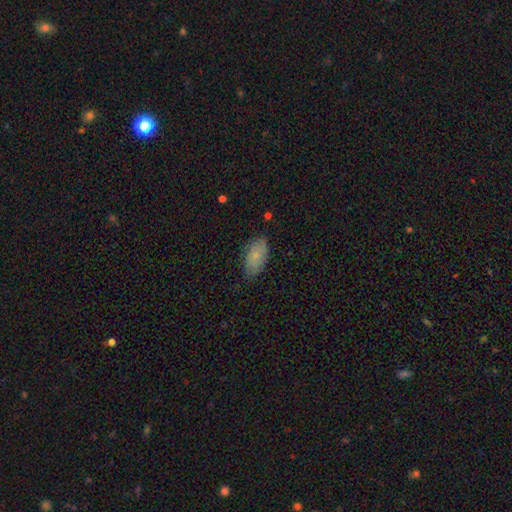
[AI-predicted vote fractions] smooth_or_featured: smooth (p=0.82) [alt: featured or disk p=0.12]
how_rounded: in between (p=0.93) [alt: cigar-shaped p=0.04]
merging: none (p=0.75) [alt: minor disturbance p=0.20]